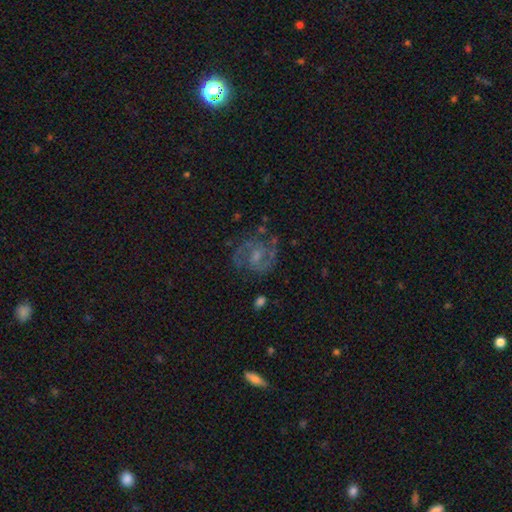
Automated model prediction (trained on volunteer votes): A featured or disk galaxy (75%) with a weak bar (49%), 2 (74%) medium (52%) spiral arms (88%) and a small central bulge (42%).

Vote fractions:
- Smooth or featured? featured or disk: 75% / smooth: 16% / star or artifact: 8%
- Edge-on disk? no: 98% / yes: 2%
- Bar? weak: 49% / no: 41% / strong: 10%
- Spiral arms? yes: 88% / no: 12%
- Spiral winding? medium: 52% / tight: 30% / loose: 17%
- Spiral arm count? 2: 74% / can't tell: 13% / 3: 6% / 1: 3% / 4: 2% / more than 4: 2%
- Bulge size? small: 42% / moderate: 37% / none: 16% / large: 4% / dominant: 1%
- Merging? none: 70% / minor disturbance: 17% / major disturbance: 11% / merger: 2%